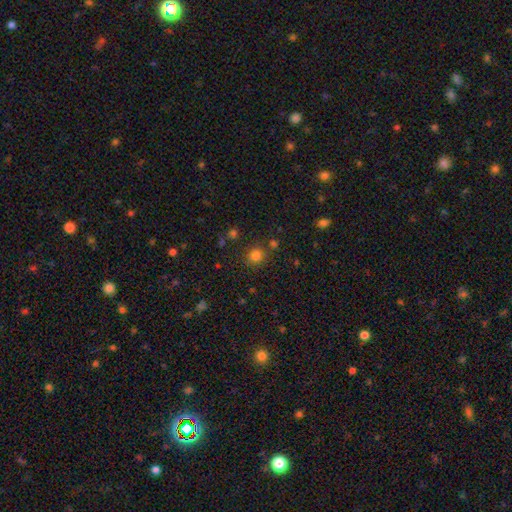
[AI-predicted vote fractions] Morphology: type=smooth (79%); roundness=round (84%); merging=none (81%).